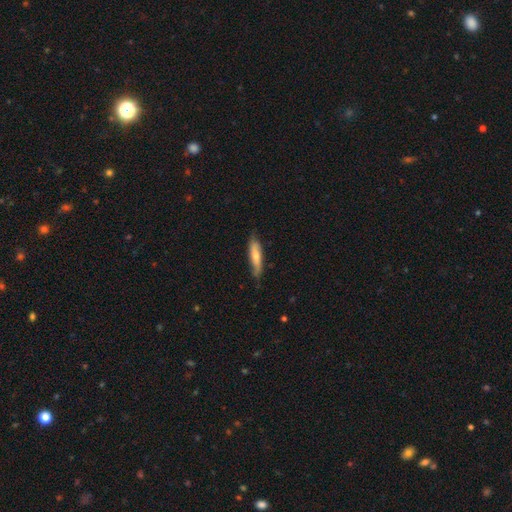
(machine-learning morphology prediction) The model was most divided on "smooth or featured": smooth: 61%, featured or disk: 34%, star or artifact: 6%. More confident: how rounded — cigar-shaped (74%); merging — none (71%).